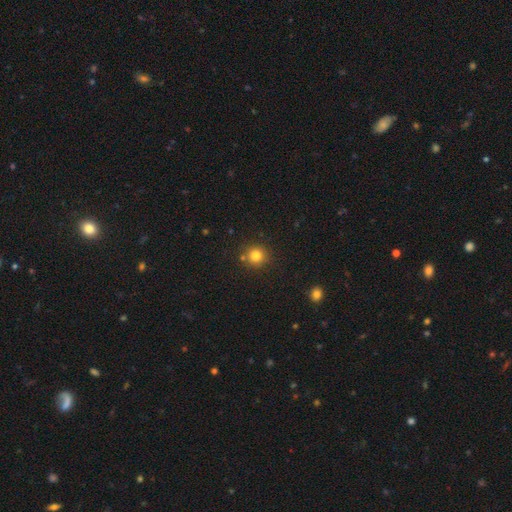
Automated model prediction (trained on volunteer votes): A smooth galaxy with no disk features (81%) that is round (93%).

Vote fractions:
- Smooth or featured? smooth: 81% / star or artifact: 13% / featured or disk: 6%
- How rounded? round: 93% / in between: 6% / cigar-shaped: 1%
- Merging? none: 82% / minor disturbance: 8% / merger: 7% / major disturbance: 3%